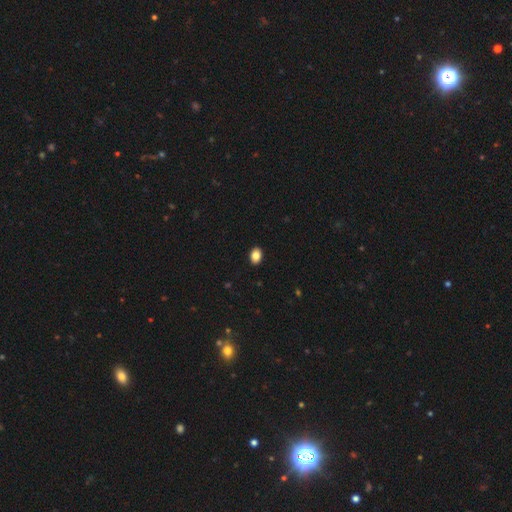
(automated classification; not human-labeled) smooth_or_featured: smooth (p=0.86) [alt: star or artifact p=0.09]
how_rounded: in between (p=0.76) [alt: round p=0.22]
merging: none (p=0.91) [alt: minor disturbance p=0.06]